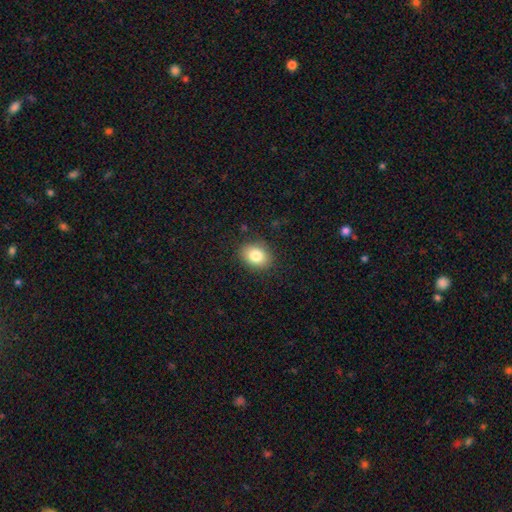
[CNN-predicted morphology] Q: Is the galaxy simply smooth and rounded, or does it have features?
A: smooth — 82%.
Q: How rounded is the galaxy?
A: in between — 64%.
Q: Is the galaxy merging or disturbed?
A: none — 86%.